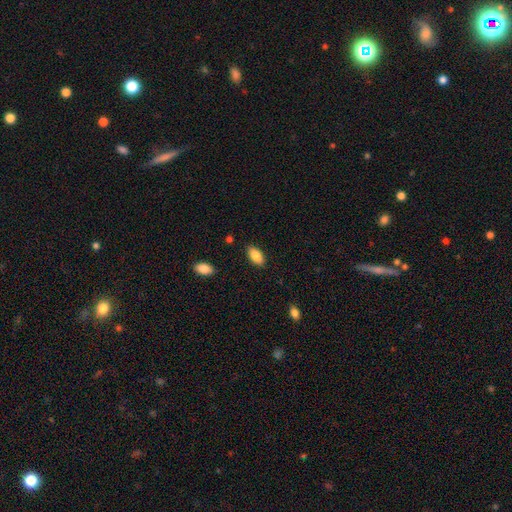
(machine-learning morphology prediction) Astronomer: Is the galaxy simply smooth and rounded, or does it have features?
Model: smooth — 85%.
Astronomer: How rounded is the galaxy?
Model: in between — 92%.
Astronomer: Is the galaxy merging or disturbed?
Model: none — 87%.